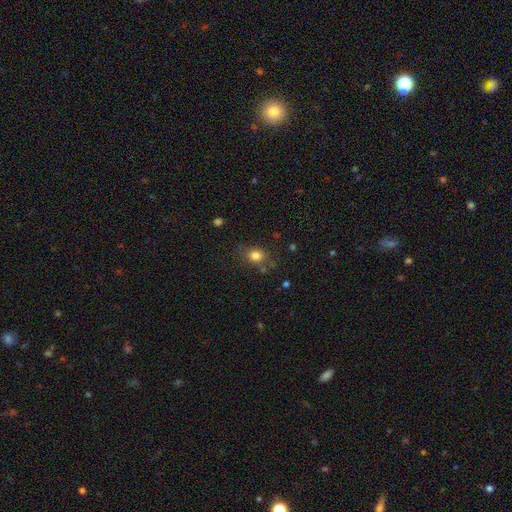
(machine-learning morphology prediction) type=smooth (81%); roundness=round (59%); merging=none (73%).